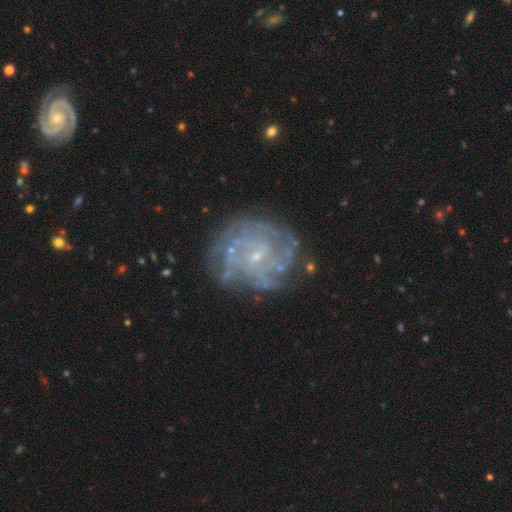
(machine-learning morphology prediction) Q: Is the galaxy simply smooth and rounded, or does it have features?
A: featured or disk — 81%.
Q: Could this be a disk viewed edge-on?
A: no — 98%.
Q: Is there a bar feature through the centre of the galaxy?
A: no — 54%.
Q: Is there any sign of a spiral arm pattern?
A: yes — 85%.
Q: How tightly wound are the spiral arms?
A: tight — 59%.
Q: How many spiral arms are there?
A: can't tell — 43%.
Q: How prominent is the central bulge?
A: small — 81%.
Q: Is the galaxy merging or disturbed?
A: none — 74%.